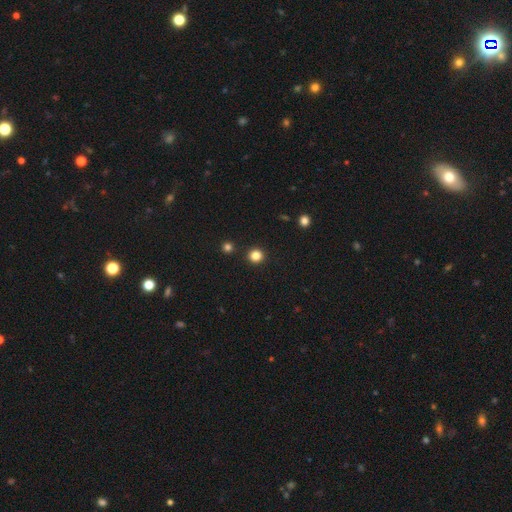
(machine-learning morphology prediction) Q: Smooth or featured?
A: smooth (83%); runner-up: star or artifact (13%)
Q: How rounded?
A: round (93%); runner-up: in between (6%)
Q: Merging?
A: none (92%); runner-up: minor disturbance (4%)